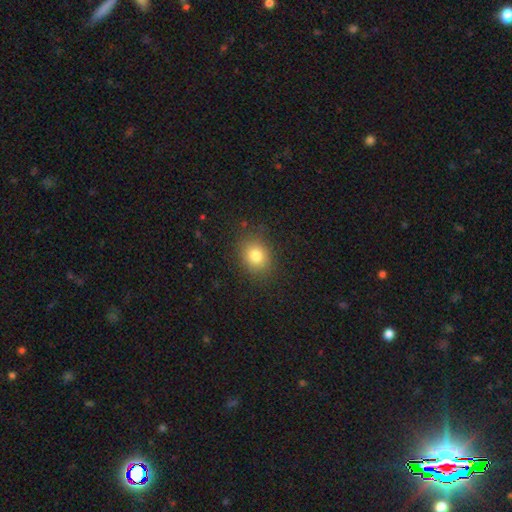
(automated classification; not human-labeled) A smooth galaxy with no disk features (80%) that is round (57%). Merging: none (84%).